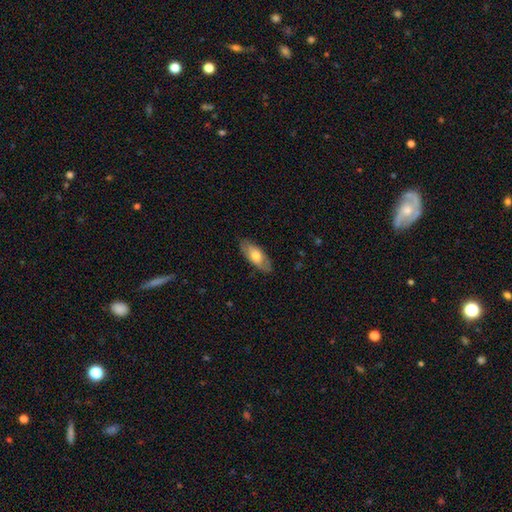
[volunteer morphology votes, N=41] Q: Smooth or featured?
A: smooth (66%); runner-up: featured or disk (27%)
Q: How rounded?
A: in between (74%); runner-up: cigar-shaped (19%)
Q: Merging?
A: none (87%); runner-up: minor disturbance (11%)